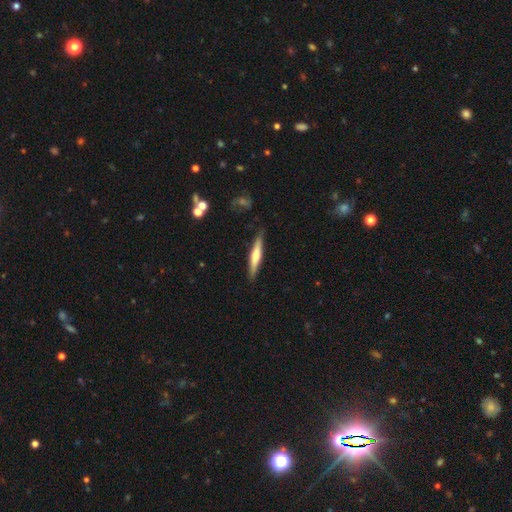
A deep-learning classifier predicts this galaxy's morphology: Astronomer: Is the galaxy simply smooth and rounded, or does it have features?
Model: smooth — 54% (runner-up: featured or disk, 40%).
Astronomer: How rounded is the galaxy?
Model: cigar-shaped — 91%.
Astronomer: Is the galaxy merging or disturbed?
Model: none — 84%.